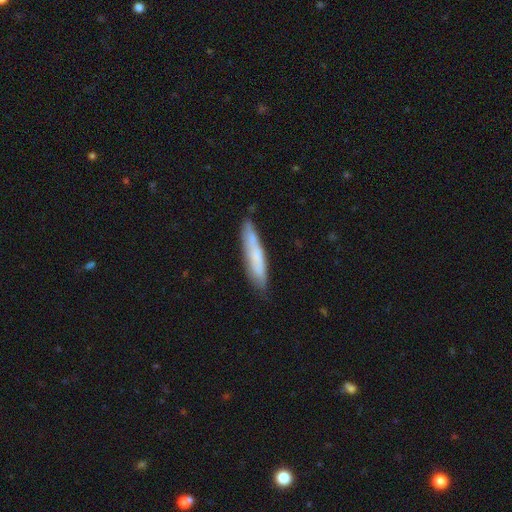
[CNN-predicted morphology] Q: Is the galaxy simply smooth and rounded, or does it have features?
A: smooth — 60%.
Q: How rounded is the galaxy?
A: cigar-shaped — 88%.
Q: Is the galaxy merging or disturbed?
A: none — 76%.